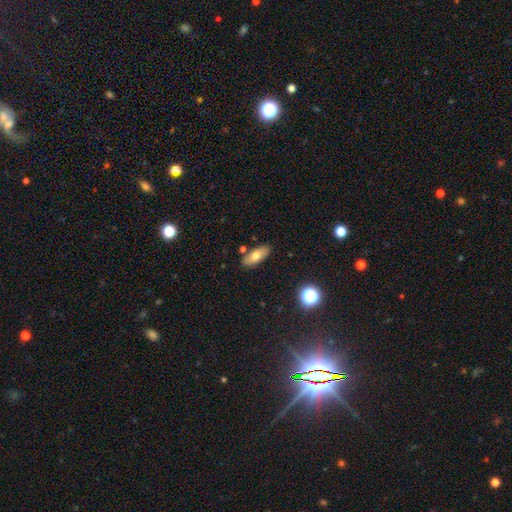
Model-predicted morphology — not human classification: Smooth or featured? Predicted: smooth (p=0.70). How rounded? Predicted: in between (p=0.77). Merging? Predicted: none (p=0.82).